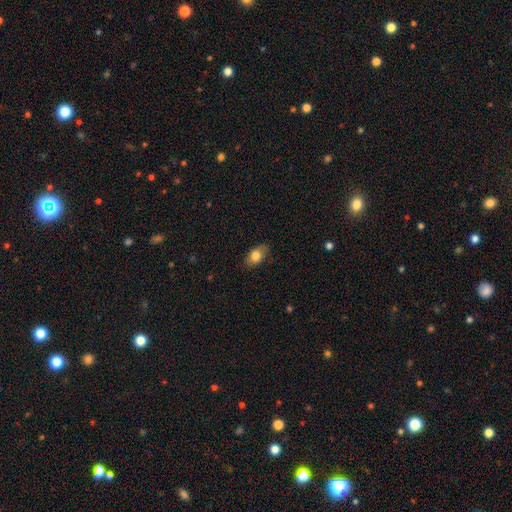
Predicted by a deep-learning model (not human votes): A smooth galaxy with no disk features (80%) that is in between round and cigar-shaped (87%).

Vote fractions:
- Smooth or featured? smooth: 80% / featured or disk: 12% / star or artifact: 7%
- How rounded? in between: 87% / round: 9% / cigar-shaped: 4%
- Merging? none: 83% / minor disturbance: 14% / major disturbance: 3% / merger: 1%